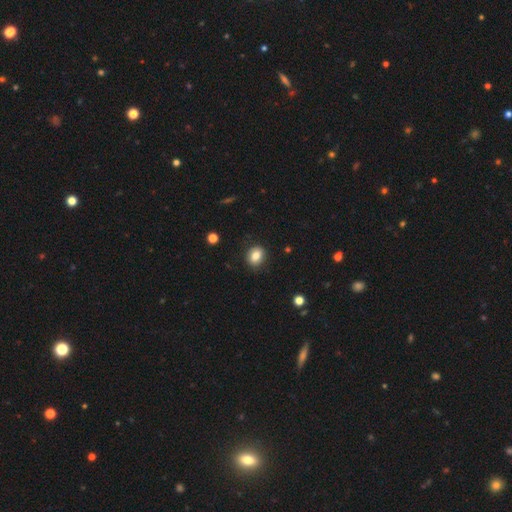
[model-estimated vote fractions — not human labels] smooth 82%, star or artifact 9%, featured or disk 8%. Down the decision tree: how rounded — round (53%); merging — none (87%).